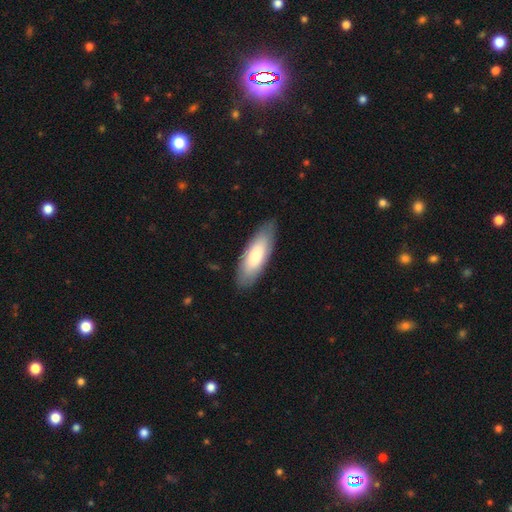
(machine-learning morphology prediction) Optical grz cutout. It shows a smooth galaxy with no disk features (76%) that is in between round and cigar-shaped (72%). Merging: none (83%).